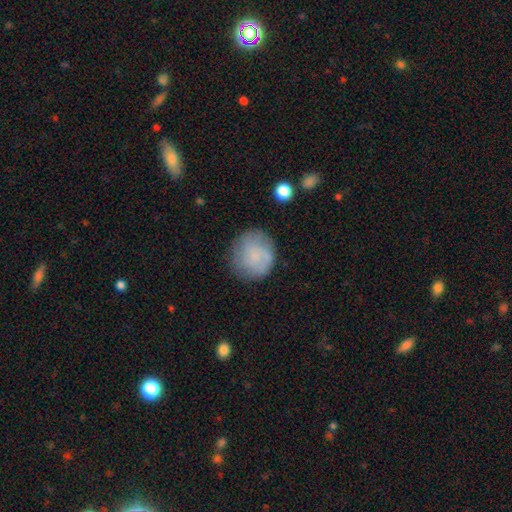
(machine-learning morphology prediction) Smooth or featured: smooth — 64% (featured or disk — 28%)
How rounded: round — 87% (in between — 12%)
Merging: none — 75% (minor disturbance — 17%)